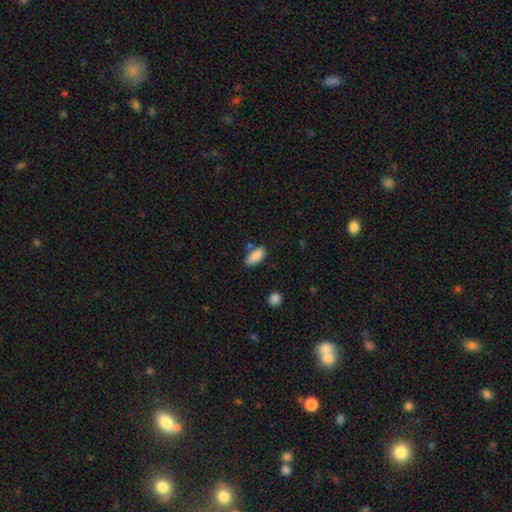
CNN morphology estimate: Smooth or featured? smooth (88%)
How rounded? in between (85%)
Merging? none (74%)